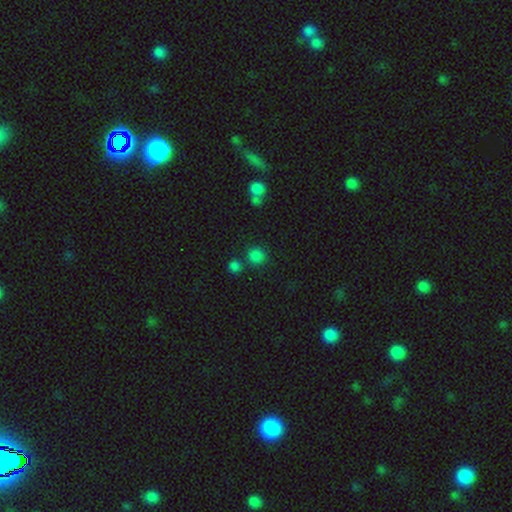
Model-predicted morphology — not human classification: type=smooth (79%); roundness=round (88%); merging=none (71%).